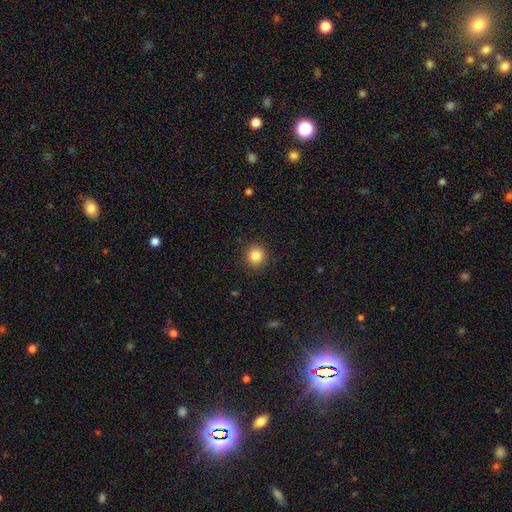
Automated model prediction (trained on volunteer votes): Smooth or featured?
  - smooth: 84% *
  - star or artifact: 10%
  - featured or disk: 5%
How rounded?
  - round: 90% *
  - in between: 9%
  - cigar-shaped: 1%
Merging?
  - none: 91% *
  - minor disturbance: 6%
  - major disturbance: 2%
  - merger: 1%